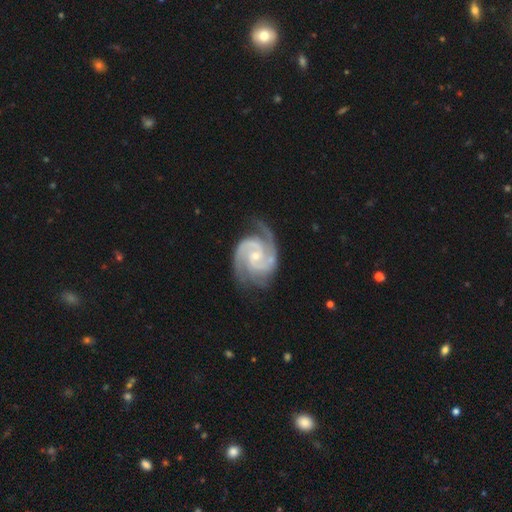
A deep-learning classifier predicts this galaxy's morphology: Smooth or featured? featured or disk (94%)
Edge-on disk? no (98%)
Bar? no (56%)
Spiral arms? yes (99%)
Spiral winding? tight (49%)
Spiral arm count? 2 (73%)
Bulge size? small (66%)
Merging? none (73%)